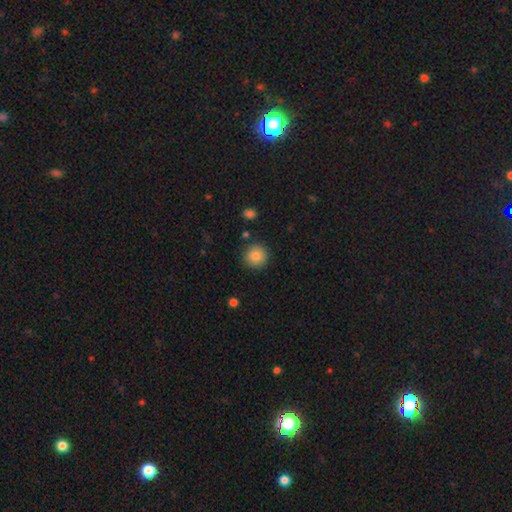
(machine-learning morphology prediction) Smooth or featured: smooth — 83% (star or artifact — 10%)
How rounded: round — 94% (in between — 5%)
Merging: none — 89% (minor disturbance — 7%)